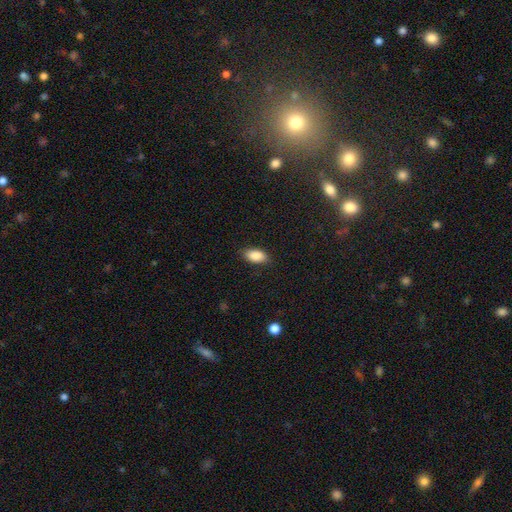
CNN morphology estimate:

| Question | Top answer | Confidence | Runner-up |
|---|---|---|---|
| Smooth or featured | smooth | 88% | star or artifact (7%) |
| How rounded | in between | 92% | round (4%) |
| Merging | none | 85% | minor disturbance (11%) |